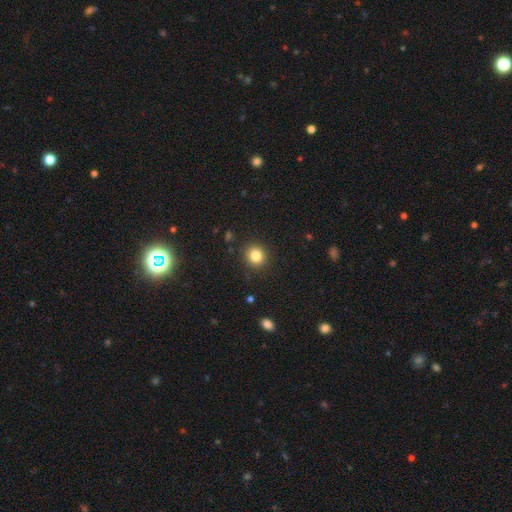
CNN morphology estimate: Smooth or featured: smooth — 83% (star or artifact — 11%)
How rounded: round — 89% (in between — 10%)
Merging: none — 90% (minor disturbance — 6%)